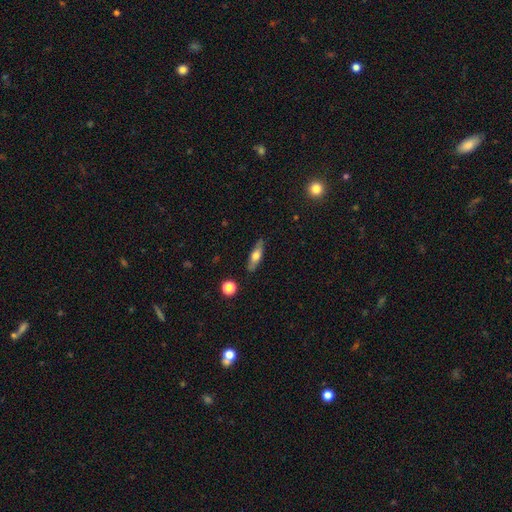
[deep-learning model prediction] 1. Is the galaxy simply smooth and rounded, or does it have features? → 54% smooth, 39% featured or disk, 7% star or artifact.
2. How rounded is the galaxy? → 56% cigar-shaped, 41% in between, 3% round.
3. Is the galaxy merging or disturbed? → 84% none, 12% minor disturbance, 2% major disturbance, 2% merger.